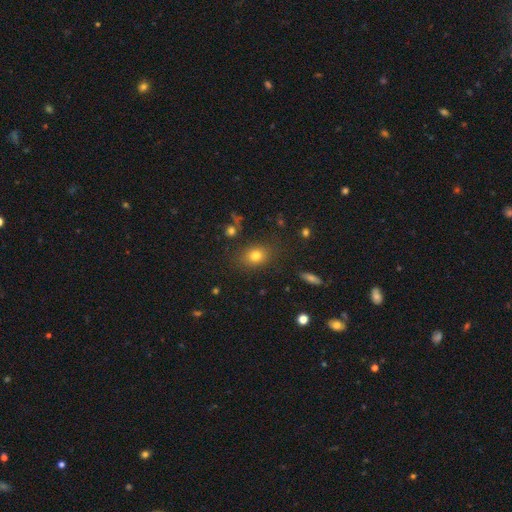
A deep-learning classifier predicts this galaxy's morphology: smooth-or-featured: smooth: 77% | star or artifact: 14% | featured or disk: 9%
  how-rounded: in between: 58% | round: 40% | cigar-shaped: 2%
  merging: none: 82% | minor disturbance: 11% | major disturbance: 4% | merger: 3%